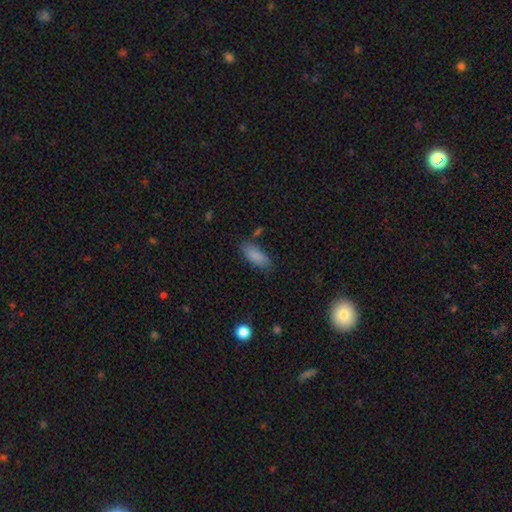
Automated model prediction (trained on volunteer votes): Q: Smooth or featured?
A: smooth (86%); runner-up: star or artifact (7%)
Q: How rounded?
A: in between (81%); runner-up: cigar-shaped (16%)
Q: Merging?
A: none (74%); runner-up: minor disturbance (18%)